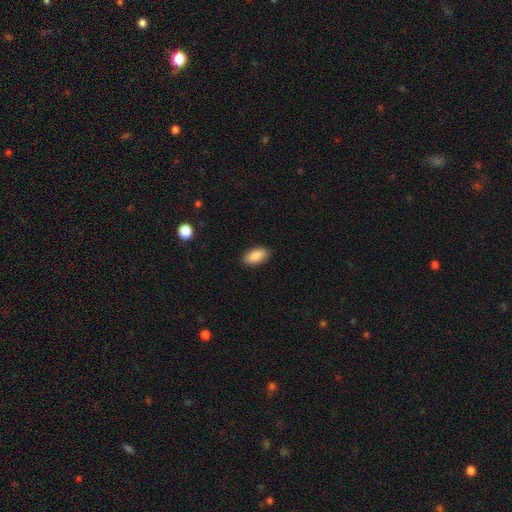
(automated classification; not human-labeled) The model was most divided on "merging": none: 88%, minor disturbance: 9%, major disturbance: 2%, merger: 1%. More confident: how rounded — in between (94%); smooth or featured — smooth (89%).